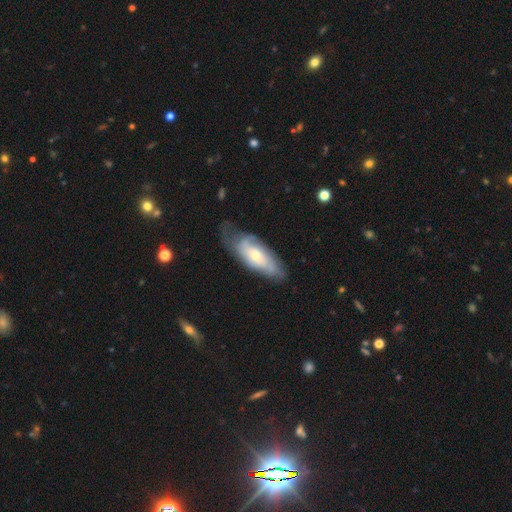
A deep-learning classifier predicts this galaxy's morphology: featured or disk 60%, smooth 34%, star or artifact 6%. Down the decision tree: edge-on disk — no (84%); bar — no (71%); spiral arms — yes (78%); bulge size — moderate (48%); merging — none (56%).